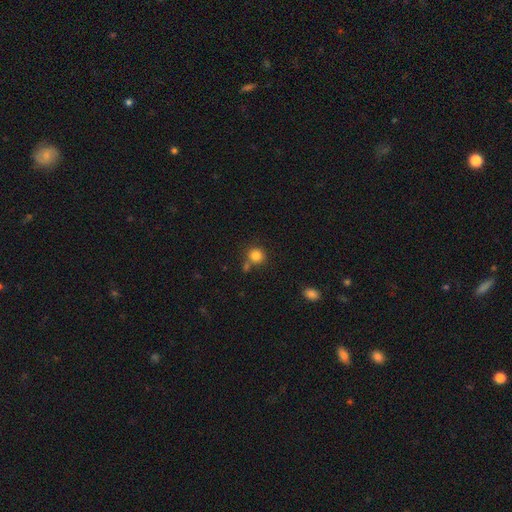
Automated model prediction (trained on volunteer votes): smooth_or_featured: smooth (p=0.83) [alt: star or artifact p=0.11]
how_rounded: round (p=0.89) [alt: in between p=0.10]
merging: none (p=0.69) [alt: merger p=0.17]